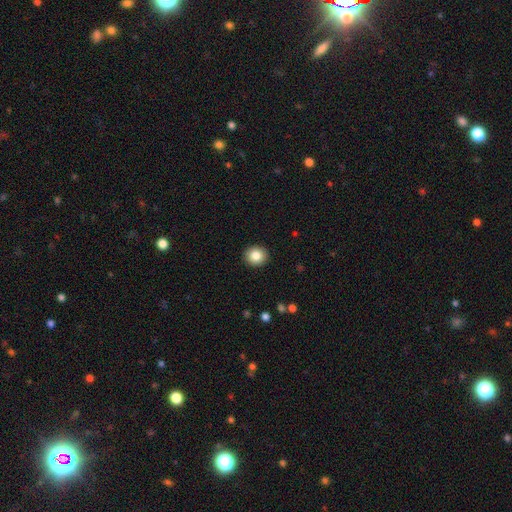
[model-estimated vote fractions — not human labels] smooth_or_featured: smooth (p=0.84) [alt: star or artifact p=0.09]
how_rounded: round (p=0.81) [alt: in between p=0.18]
merging: none (p=0.92) [alt: minor disturbance p=0.05]